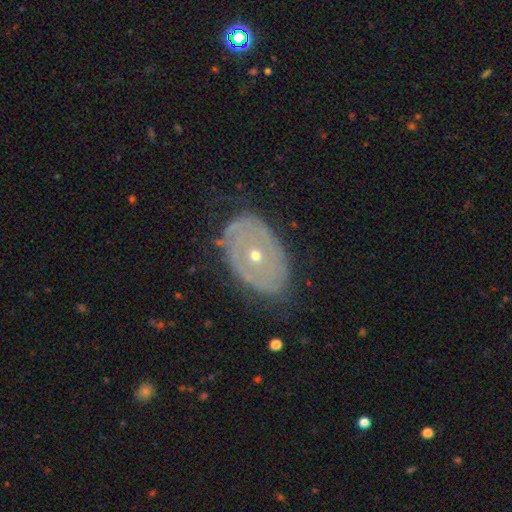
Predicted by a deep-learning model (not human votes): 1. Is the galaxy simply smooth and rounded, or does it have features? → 73% featured or disk, 20% smooth, 7% star or artifact.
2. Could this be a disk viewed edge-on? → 93% no, 7% yes.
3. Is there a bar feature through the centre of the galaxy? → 88% no, 9% weak, 3% strong.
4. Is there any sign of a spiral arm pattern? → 51% no, 49% yes.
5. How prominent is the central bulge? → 54% small, 43% moderate, 1% large, 1% dominant, 1% none.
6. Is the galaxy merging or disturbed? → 69% none, 20% minor disturbance, 9% major disturbance, 2% merger.